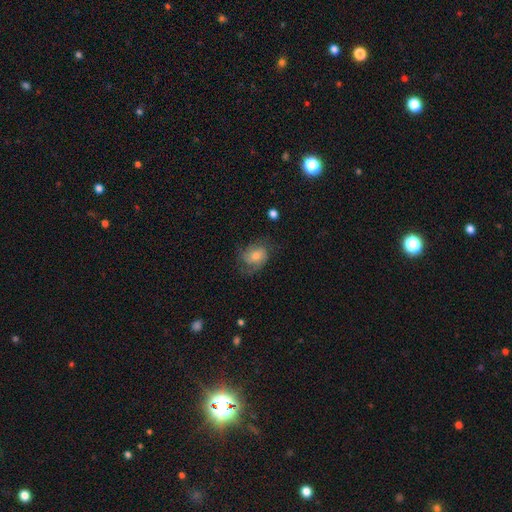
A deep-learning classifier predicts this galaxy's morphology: Smooth or featured: featured or disk — 59% (smooth — 30%)
Edge-on disk: no — 97% (yes — 3%)
Bar: no — 71% (weak — 25%)
Spiral arms: yes — 88% (no — 12%)
Bulge size: moderate — 52% (small — 36%)
Merging: none — 63% (minor disturbance — 22%)